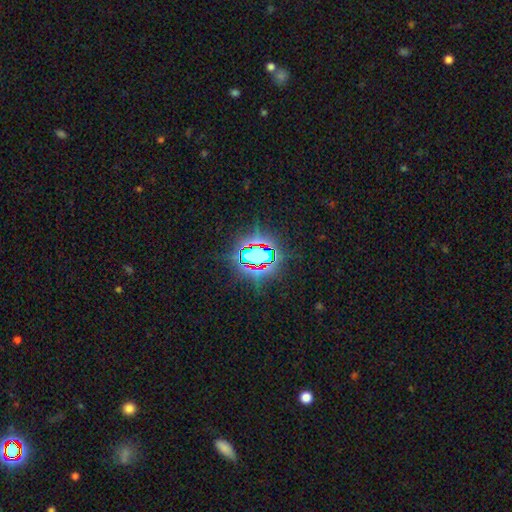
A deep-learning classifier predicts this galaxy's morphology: This is likely a star or artifact rather than a galaxy (71%).